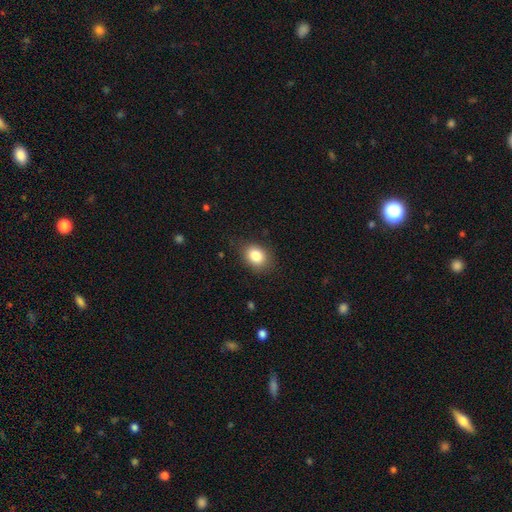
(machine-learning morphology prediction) Overall: smooth (84%). How rounded: in between (60%; round 39%). Merging: none (81%).